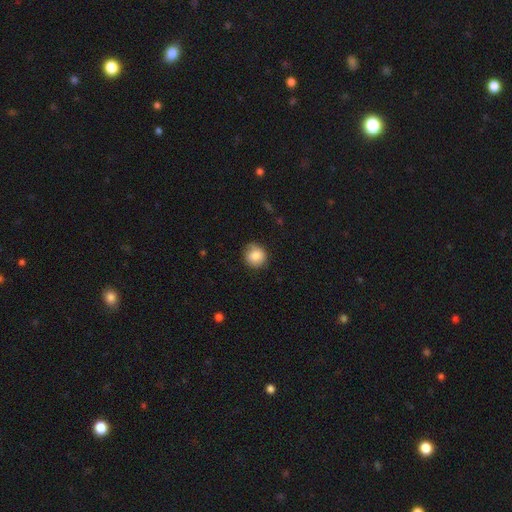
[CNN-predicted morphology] Smooth or featured? Predicted: smooth (p=0.85). How rounded? Predicted: round (p=0.86). Merging? Predicted: none (p=0.79).